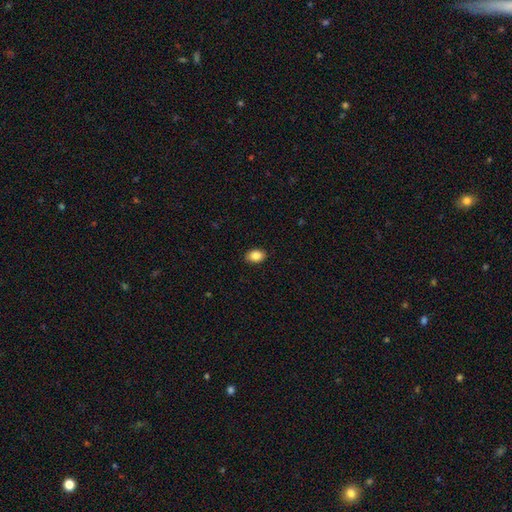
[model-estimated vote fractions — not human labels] Smooth or featured?
  - smooth: 86% *
  - star or artifact: 8%
  - featured or disk: 6%
How rounded?
  - in between: 82% *
  - round: 16%
  - cigar-shaped: 1%
Merging?
  - none: 89% *
  - minor disturbance: 9%
  - major disturbance: 2%
  - merger: 1%